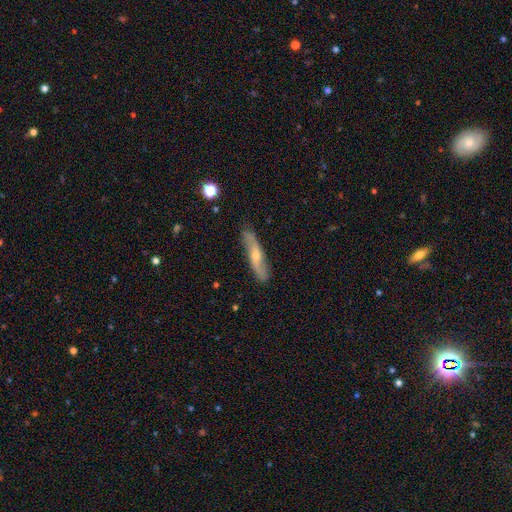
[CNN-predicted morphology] featured or disk 61%, smooth 32%, star or artifact 6%. Down the decision tree: edge-on disk — no (53%); merging — none (81%).